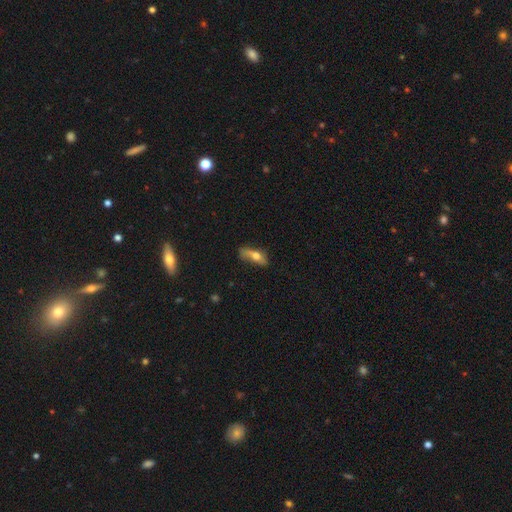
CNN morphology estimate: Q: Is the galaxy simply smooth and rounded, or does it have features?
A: smooth — 59%.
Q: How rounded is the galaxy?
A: in between — 60%.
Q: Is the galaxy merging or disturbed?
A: none — 51%.